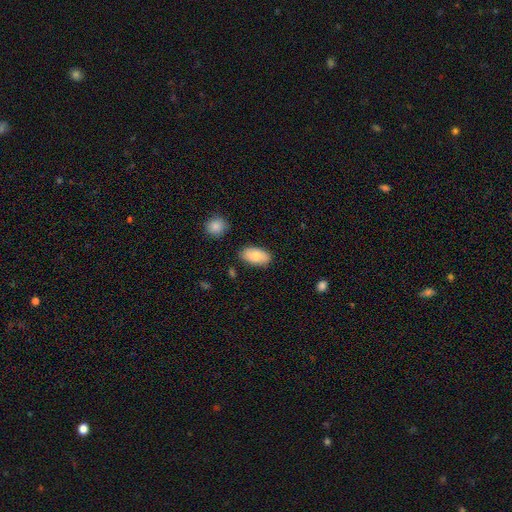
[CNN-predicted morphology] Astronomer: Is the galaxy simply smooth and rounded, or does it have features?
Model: smooth — 81%.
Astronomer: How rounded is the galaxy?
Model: in between — 94%.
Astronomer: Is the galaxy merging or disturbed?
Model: none — 82%.